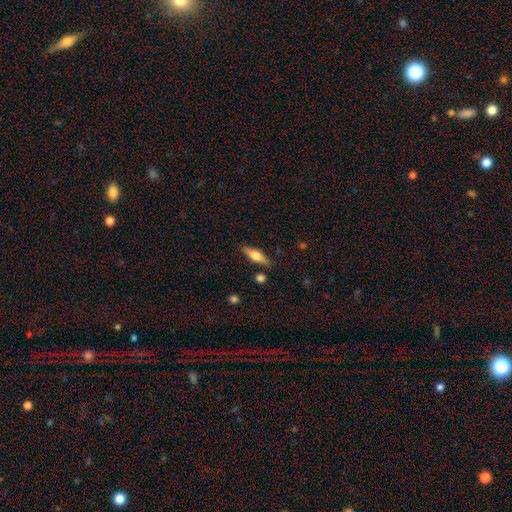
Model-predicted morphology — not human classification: Smooth or featured? Predicted: smooth (p=0.56). How rounded? Predicted: cigar-shaped (p=0.55). Merging? Predicted: none (p=0.85).